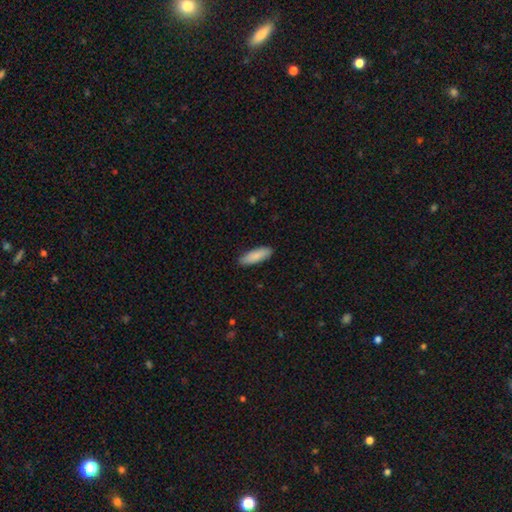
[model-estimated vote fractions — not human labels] The model was most divided on "how rounded": in between: 53%, cigar-shaped: 45%, round: 1%. More confident: merging — none (89%); smooth or featured — smooth (88%).